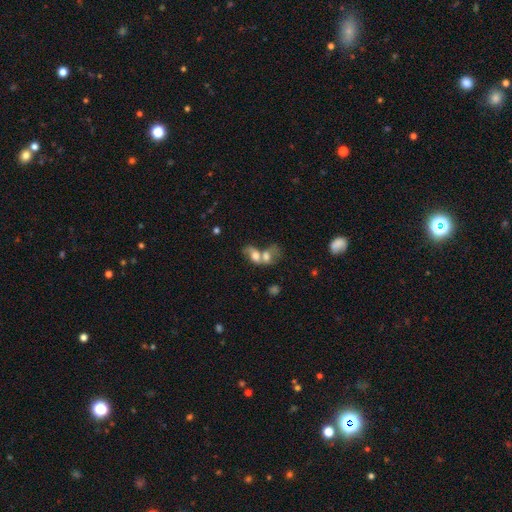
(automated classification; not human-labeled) Smooth or featured: smooth — 55% (featured or disk — 34%)
How rounded: in between — 75% (round — 21%)
Merging: merger — 76% (none — 10%)